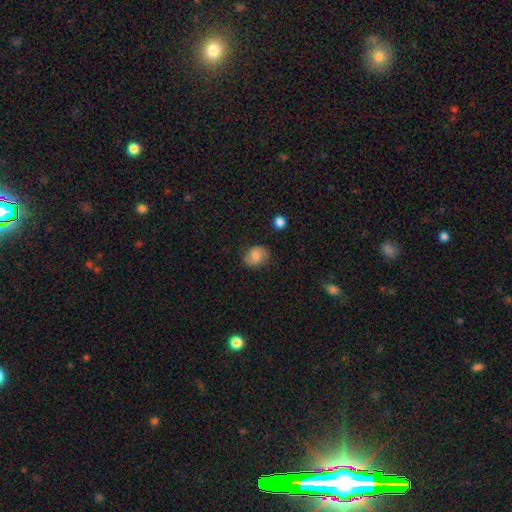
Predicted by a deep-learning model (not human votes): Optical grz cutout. It shows a smooth galaxy with no disk features (62%) that is round (55%). Merging: none (77%).